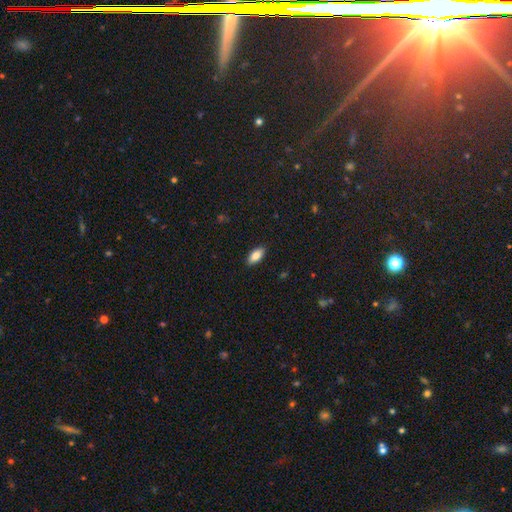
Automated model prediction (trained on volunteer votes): A smooth galaxy with no disk features (83%) that is in between round and cigar-shaped (86%).

Vote fractions:
- Smooth or featured? smooth: 83% / featured or disk: 10% / star or artifact: 7%
- How rounded? in between: 86% / cigar-shaped: 11% / round: 2%
- Merging? none: 89% / minor disturbance: 9% / major disturbance: 2% / merger: 1%